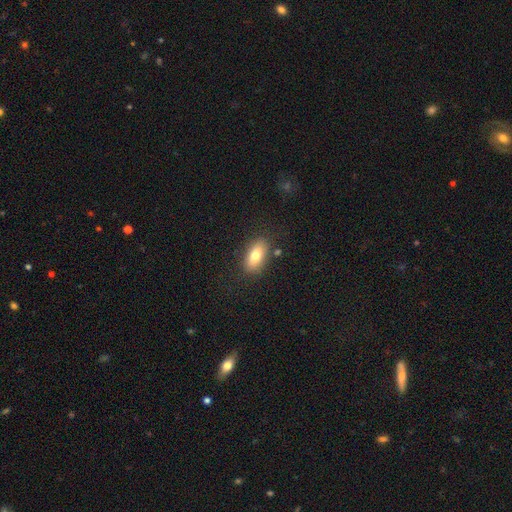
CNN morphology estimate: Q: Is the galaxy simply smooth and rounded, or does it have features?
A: smooth — 78%.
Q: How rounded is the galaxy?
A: in between — 88%.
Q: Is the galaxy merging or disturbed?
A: none — 83%.